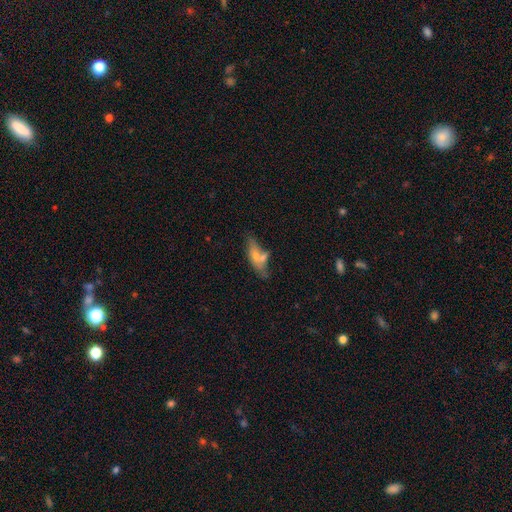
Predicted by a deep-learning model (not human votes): A smooth galaxy with no disk features (54%) that is in between round and cigar-shaped (54%). Merging: none (47%).